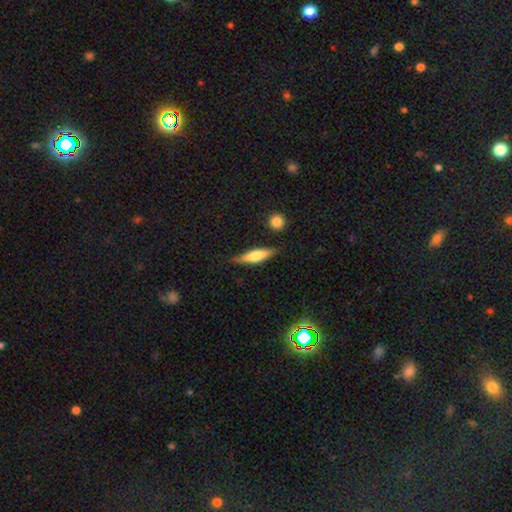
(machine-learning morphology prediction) Overall: smooth (50%; featured or disk 44%). Merging: none (83%).